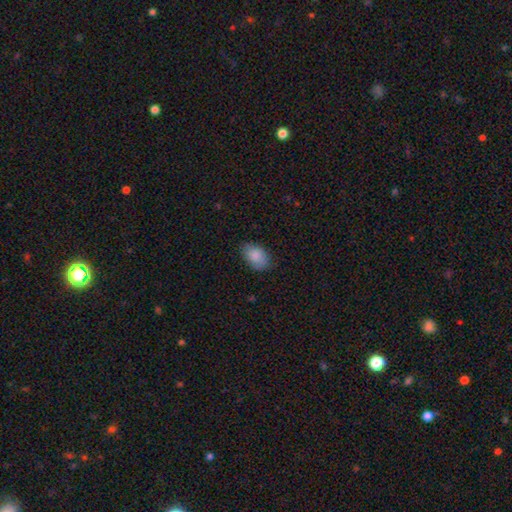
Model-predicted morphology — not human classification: Q: Smooth or featured?
A: smooth (87%); runner-up: star or artifact (7%)
Q: How rounded?
A: in between (88%); runner-up: round (11%)
Q: Merging?
A: none (80%); runner-up: minor disturbance (16%)